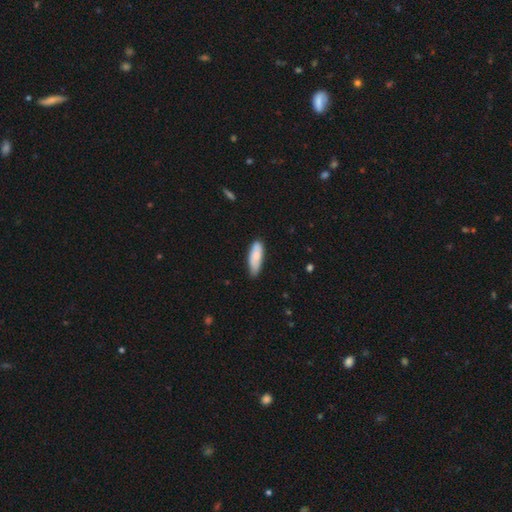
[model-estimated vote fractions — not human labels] Smooth or featured?
  - smooth: 79% *
  - featured or disk: 16%
  - star or artifact: 6%
How rounded?
  - in between: 59% *
  - cigar-shaped: 39%
  - round: 2%
Merging?
  - none: 70% *
  - minor disturbance: 25%
  - major disturbance: 3%
  - merger: 2%